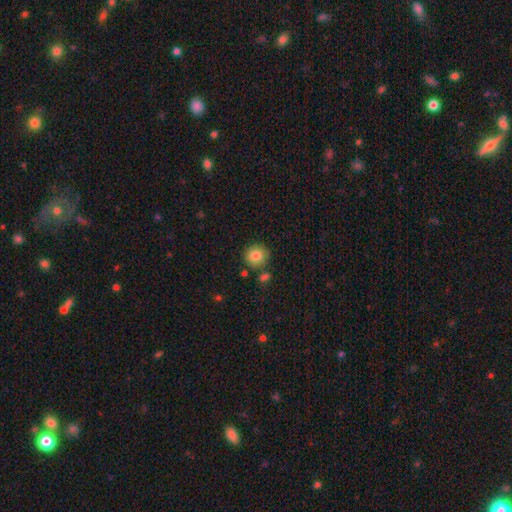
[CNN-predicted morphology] Smooth or featured?
  - smooth: 83% *
  - star or artifact: 9%
  - featured or disk: 7%
How rounded?
  - round: 90% *
  - in between: 9%
  - cigar-shaped: 1%
Merging?
  - none: 80% *
  - minor disturbance: 10%
  - merger: 8%
  - major disturbance: 3%